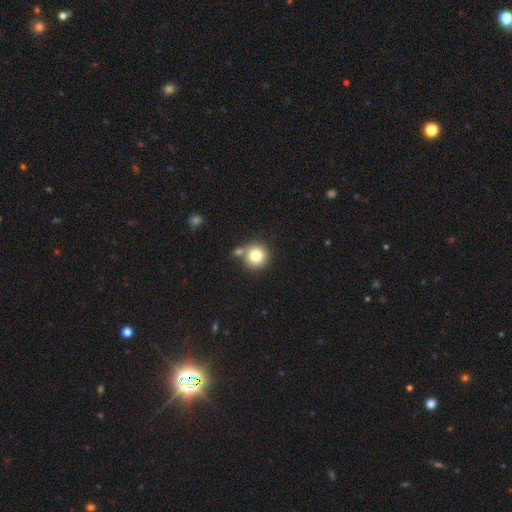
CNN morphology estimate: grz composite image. It shows a smooth galaxy with no disk features (79%) that is round (94%). Merging: none (68%).